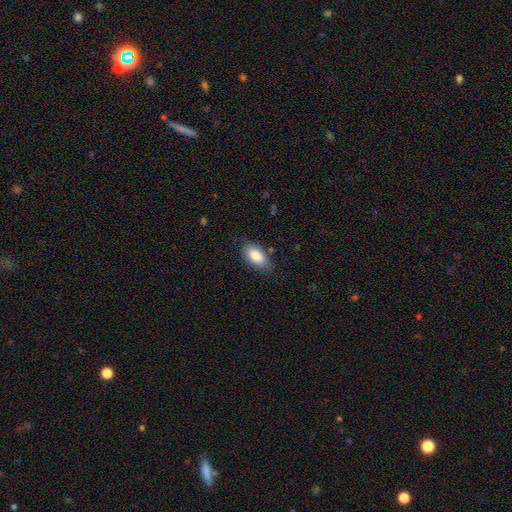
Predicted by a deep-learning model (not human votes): Smooth or featured: smooth — 87% (featured or disk — 7%)
How rounded: in between — 93% (cigar-shaped — 4%)
Merging: none — 79% (minor disturbance — 16%)